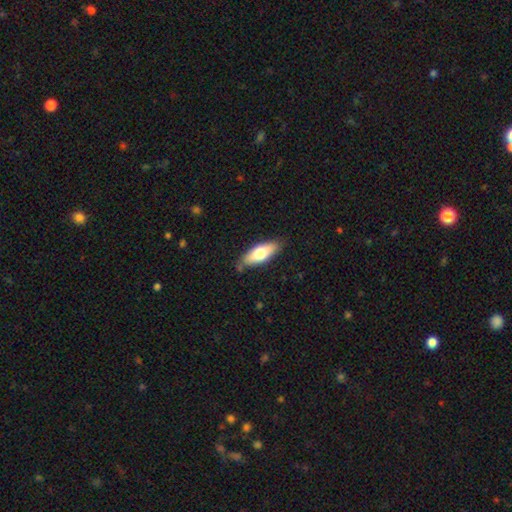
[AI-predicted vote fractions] Morphology: type=smooth (67%); roundness=in between (69%); merging=none (80%).